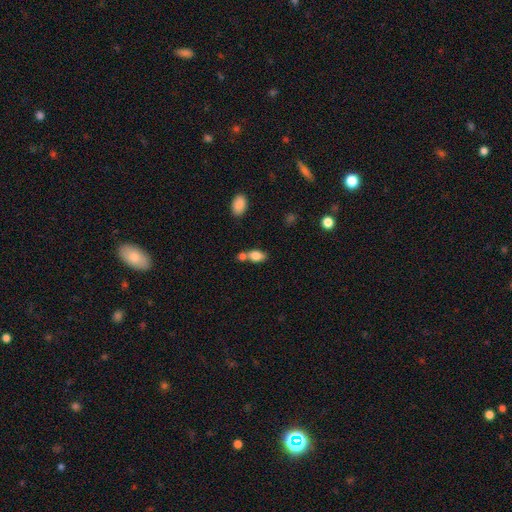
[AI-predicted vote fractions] This is clearly a smooth galaxy (81%). How rounded: clearly in between (85%). Merging: possibly none (47%).